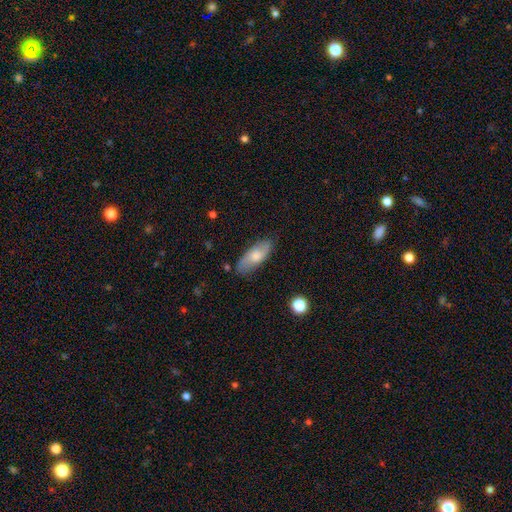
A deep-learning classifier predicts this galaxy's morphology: smooth_or_featured: smooth (p=0.66) [alt: featured or disk p=0.28]
how_rounded: in between (p=0.80) [alt: cigar-shaped p=0.18]
merging: none (p=0.79) [alt: minor disturbance p=0.16]